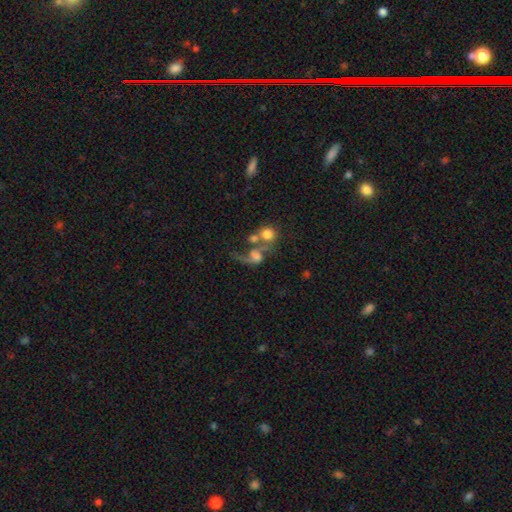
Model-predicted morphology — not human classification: A featured or disk galaxy (48%). Merging: merger (55%).